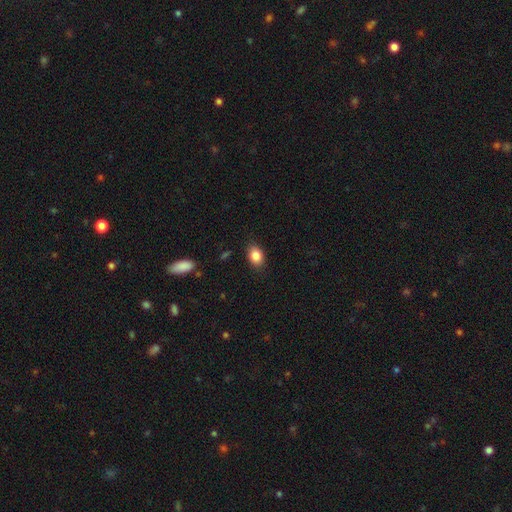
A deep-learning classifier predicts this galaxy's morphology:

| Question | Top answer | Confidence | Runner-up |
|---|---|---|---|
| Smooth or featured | smooth | 86% | star or artifact (8%) |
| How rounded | in between | 77% | round (22%) |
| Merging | none | 84% | minor disturbance (12%) |